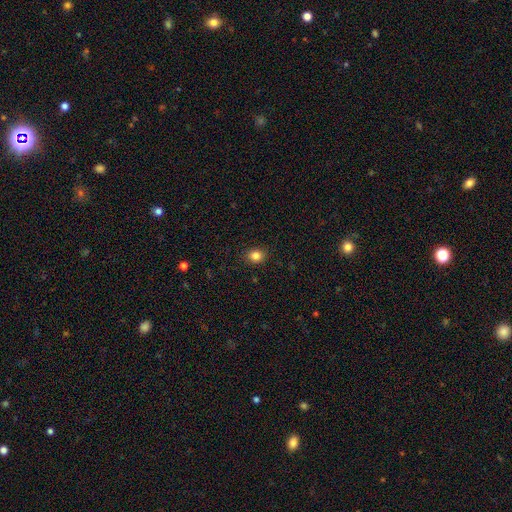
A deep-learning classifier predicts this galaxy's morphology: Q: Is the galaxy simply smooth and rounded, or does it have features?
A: smooth — 85%.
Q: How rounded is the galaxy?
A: round — 65%.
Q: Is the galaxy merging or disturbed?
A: none — 89%.